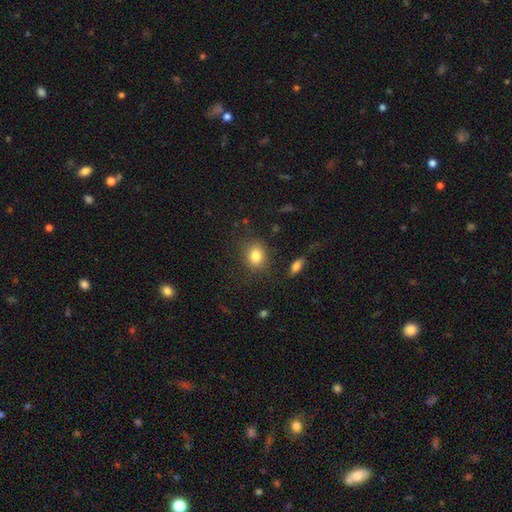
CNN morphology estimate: Overall: smooth (82%). How rounded: round (64%; in between 35%). Merging: none (82%).